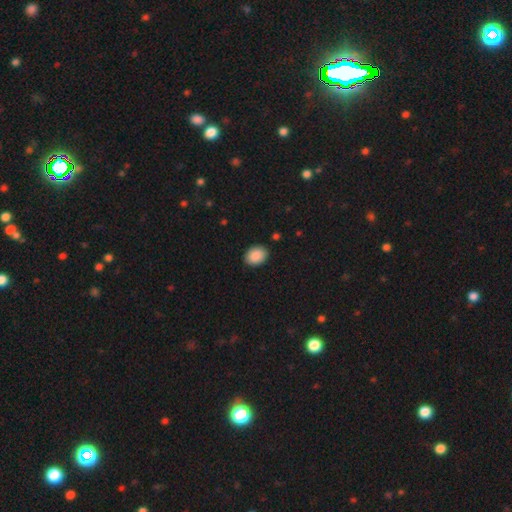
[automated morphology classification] This appears to be a smooth galaxy with no disk features (90%) that is in between round and cigar-shaped (61%). Merging: none (89%).